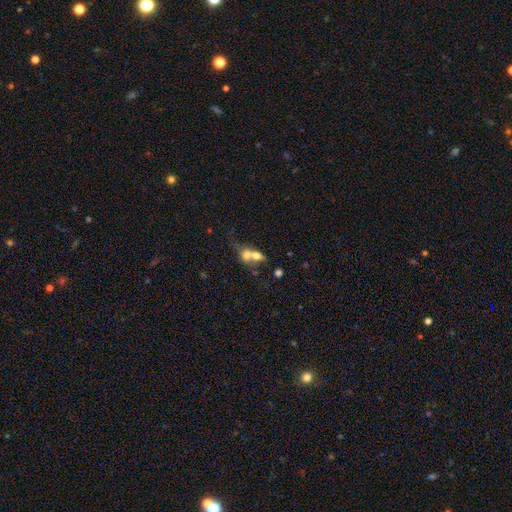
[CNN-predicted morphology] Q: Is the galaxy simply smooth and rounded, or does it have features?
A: smooth — 65%.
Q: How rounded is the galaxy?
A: round — 50%.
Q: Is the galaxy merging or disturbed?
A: merger — 71%.